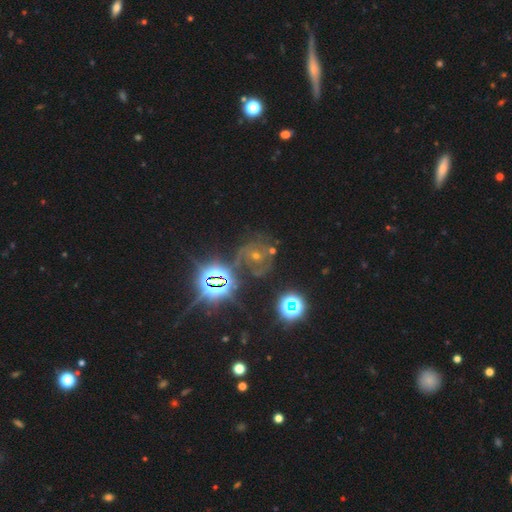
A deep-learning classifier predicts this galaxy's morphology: Smooth or featured?
  - star or artifact: 53% *
  - featured or disk: 33%
  - smooth: 14%